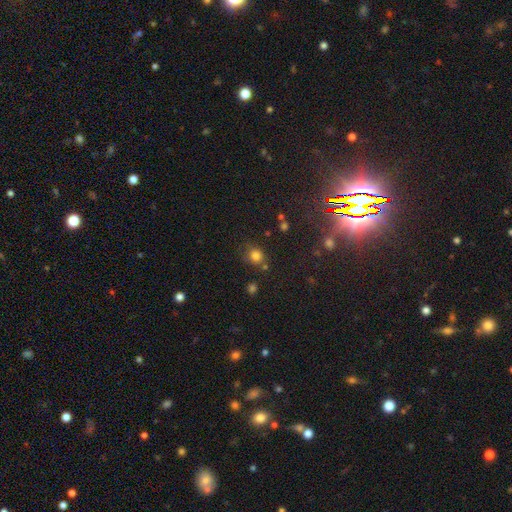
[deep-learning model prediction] This appears to be a smooth galaxy with no disk features (79%) that is round (82%). Merging: none (71%).